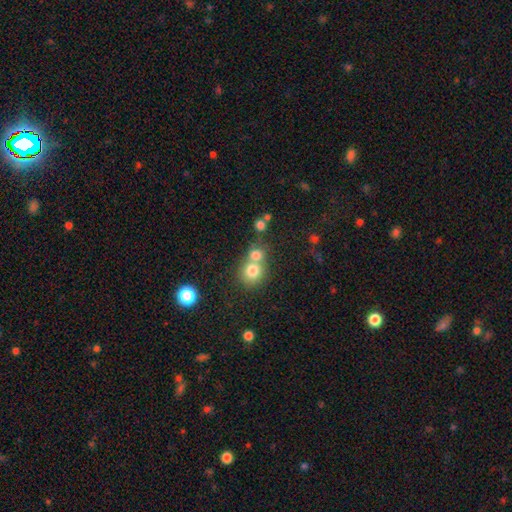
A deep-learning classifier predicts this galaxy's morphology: type=smooth (61%); roundness=round (85%); merging=none (52%).